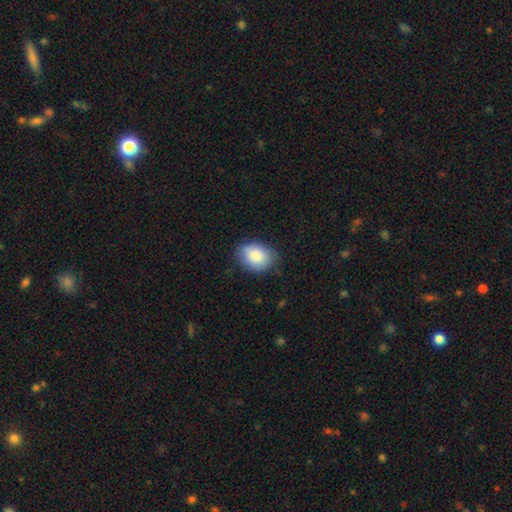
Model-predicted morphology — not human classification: Smooth or featured: smooth — 86% (featured or disk — 7%)
How rounded: in between — 69% (round — 30%)
Merging: none — 76% (minor disturbance — 19%)